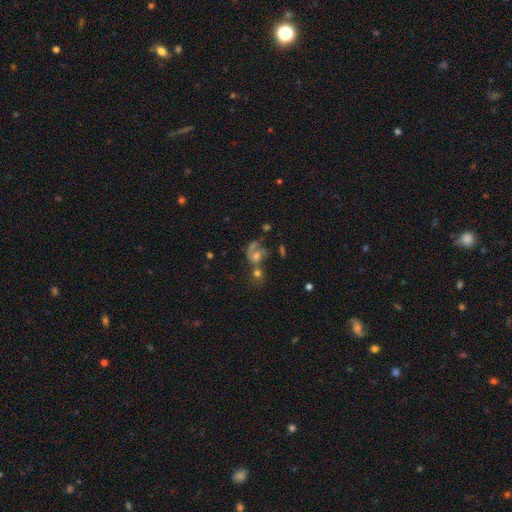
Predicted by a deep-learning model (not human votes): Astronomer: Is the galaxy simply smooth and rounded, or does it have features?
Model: featured or disk — 56%.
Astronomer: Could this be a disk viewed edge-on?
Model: no — 97%.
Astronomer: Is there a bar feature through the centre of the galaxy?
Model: no — 72%.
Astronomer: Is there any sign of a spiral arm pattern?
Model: yes — 72%.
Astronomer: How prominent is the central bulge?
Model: moderate — 49% (runner-up: small, 25%).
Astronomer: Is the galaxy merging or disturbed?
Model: merger — 38% (runner-up: none, 31%).